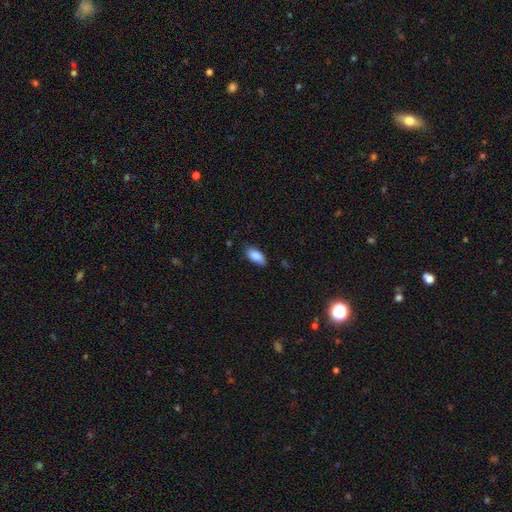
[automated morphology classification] Smooth or featured: smooth — 88% (star or artifact — 7%)
How rounded: in between — 90% (cigar-shaped — 7%)
Merging: none — 77% (minor disturbance — 18%)